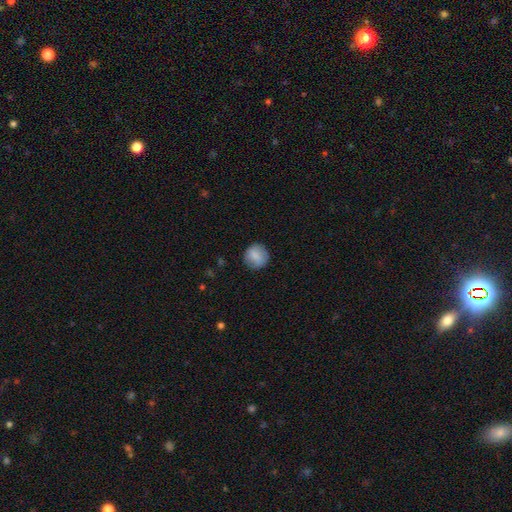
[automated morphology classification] smooth 82%, featured or disk 11%, star or artifact 7%. Down the decision tree: how rounded — round (87%); merging — none (84%).